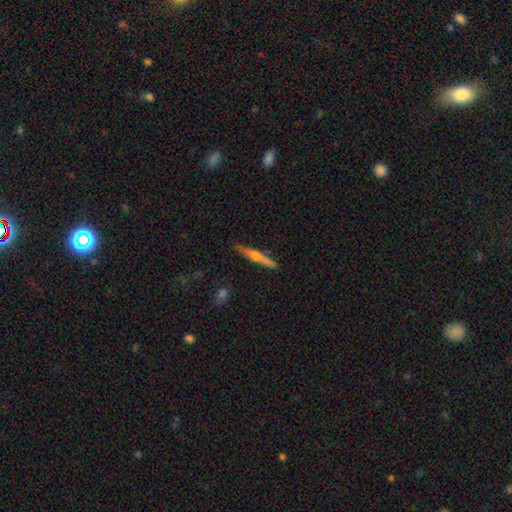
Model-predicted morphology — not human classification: A featured or disk galaxy (63%) viewed edge-on (97%) with a rounded central bulge (85%).

Vote fractions:
- Smooth or featured? featured or disk: 63% / smooth: 31% / star or artifact: 6%
- Edge-on disk? yes: 97% / no: 3%
- Edge-on bulge? rounded: 85% / none: 8% / boxy: 6%
- Merging? none: 88% / minor disturbance: 9% / merger: 2% / major disturbance: 2%